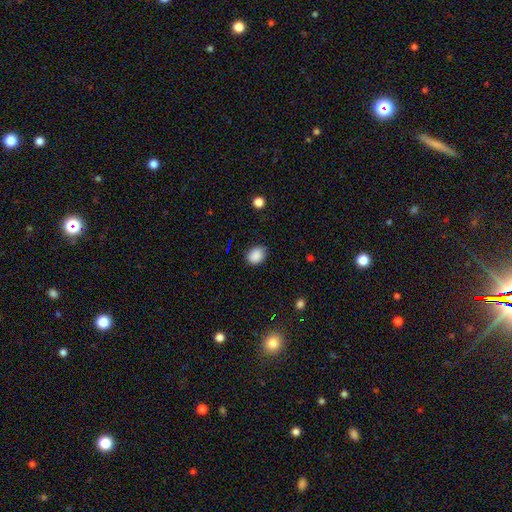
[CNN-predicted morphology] smooth_or_featured: smooth (p=0.88) [alt: star or artifact p=0.09]
how_rounded: in between (p=0.55) [alt: round p=0.44]
merging: none (p=0.77) [alt: minor disturbance p=0.18]